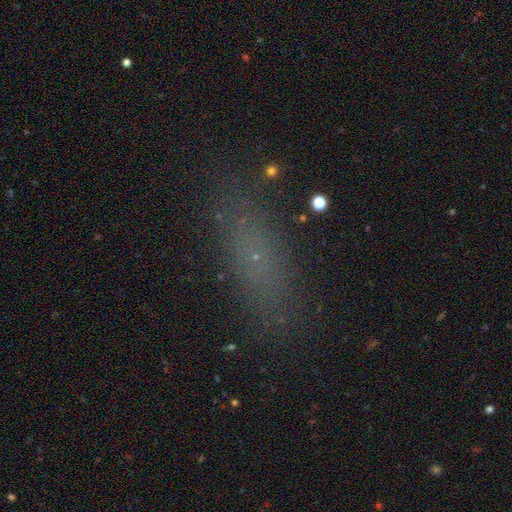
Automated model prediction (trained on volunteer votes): smooth 61%, star or artifact 22%, featured or disk 16%. Down the decision tree: how rounded — cigar-shaped (51%); merging — none (85%).